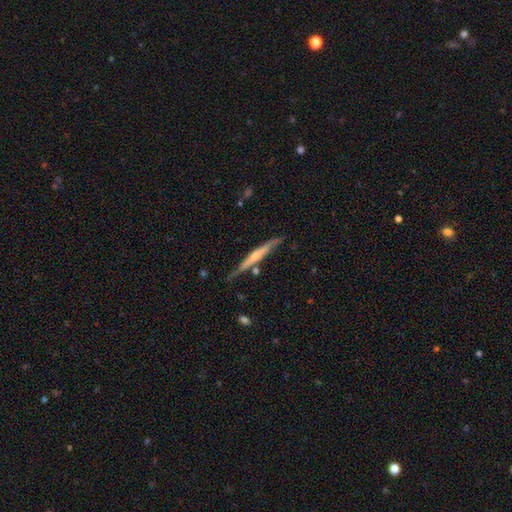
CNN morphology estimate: A featured or disk galaxy (61%) viewed edge-on (96%) with a rounded central bulge (58%).

Vote fractions:
- Smooth or featured? featured or disk: 61% / smooth: 33% / star or artifact: 6%
- Edge-on disk? yes: 96% / no: 4%
- Edge-on bulge? rounded: 58% / none: 34% / boxy: 8%
- Merging? none: 77% / minor disturbance: 15% / merger: 6% / major disturbance: 3%